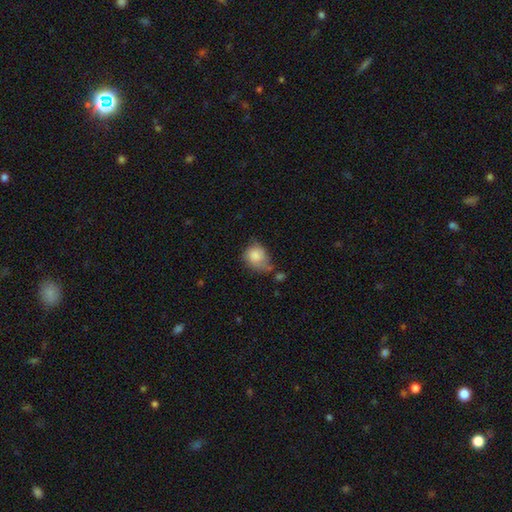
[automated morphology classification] smooth-or-featured: smooth: 80% | featured or disk: 12% | star or artifact: 8%
  how-rounded: round: 53% | in between: 46% | cigar-shaped: 1%
  merging: none: 38% | minor disturbance: 37% | major disturbance: 15% | merger: 10%